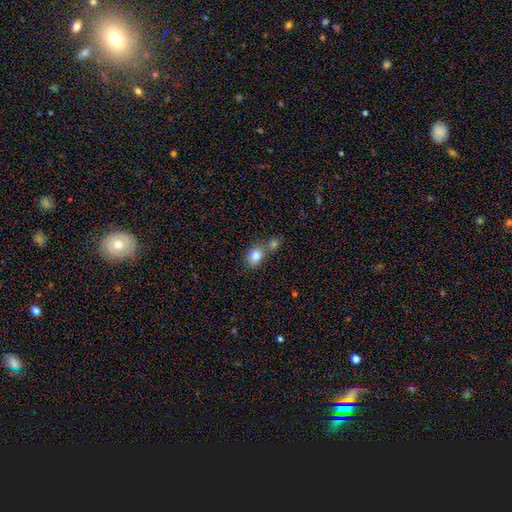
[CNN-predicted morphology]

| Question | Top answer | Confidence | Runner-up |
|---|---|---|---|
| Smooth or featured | smooth | 83% | star or artifact (9%) |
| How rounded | in between | 60% | round (38%) |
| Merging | none | 48% | merger (37%) |